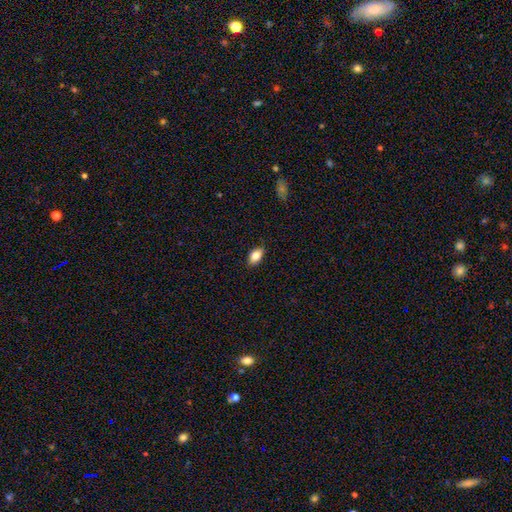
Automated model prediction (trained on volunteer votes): The model was most divided on "smooth or featured": smooth: 84%, featured or disk: 9%, star or artifact: 8%. More confident: how rounded — in between (90%); merging — none (87%).